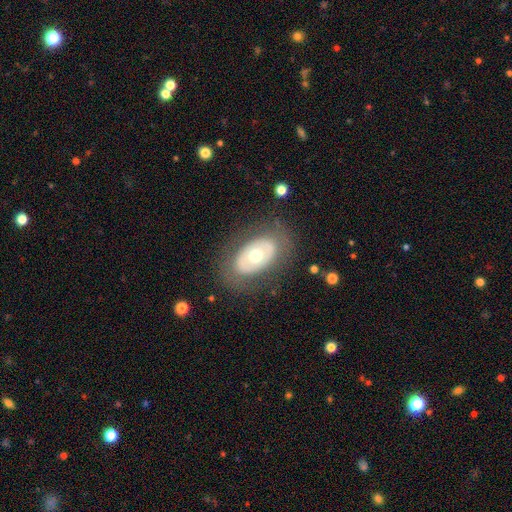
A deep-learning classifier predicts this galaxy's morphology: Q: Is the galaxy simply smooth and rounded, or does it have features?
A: featured or disk — 48%.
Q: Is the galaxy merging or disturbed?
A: none — 79%.